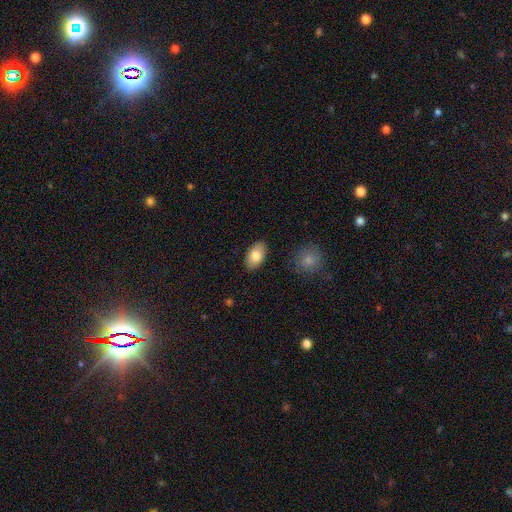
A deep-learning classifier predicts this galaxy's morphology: type=smooth (80%); roundness=in between (93%); merging=none (87%).